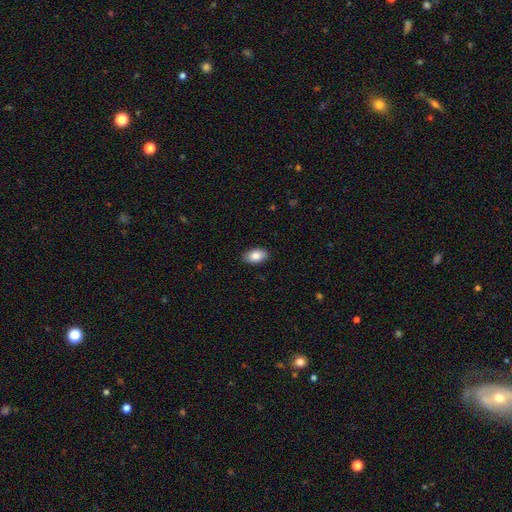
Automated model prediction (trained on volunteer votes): Smooth or featured: smooth — 86% (featured or disk — 7%)
How rounded: in between — 92% (round — 6%)
Merging: none — 88% (minor disturbance — 9%)